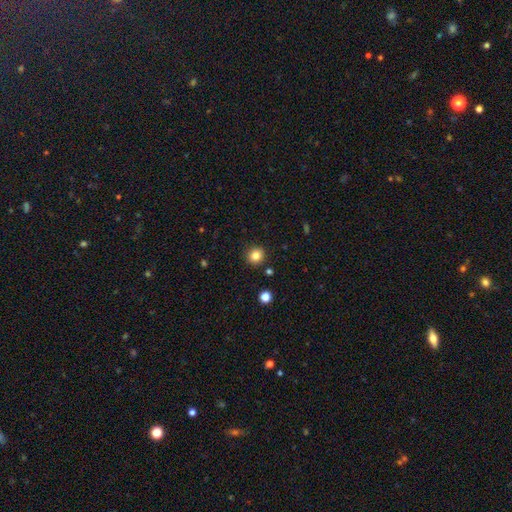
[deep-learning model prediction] Smooth or featured: smooth — 83% (star or artifact — 12%)
How rounded: round — 90% (in between — 9%)
Merging: none — 90% (minor disturbance — 6%)